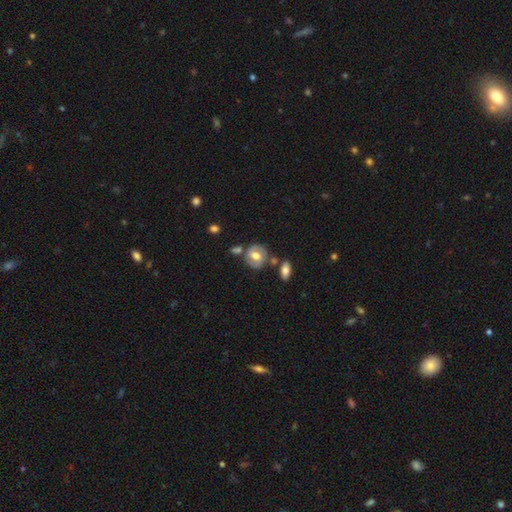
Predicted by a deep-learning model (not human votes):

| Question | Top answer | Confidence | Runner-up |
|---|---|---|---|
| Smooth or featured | featured or disk | 47% | smooth (46%) |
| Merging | none | 64% | minor disturbance (17%) |